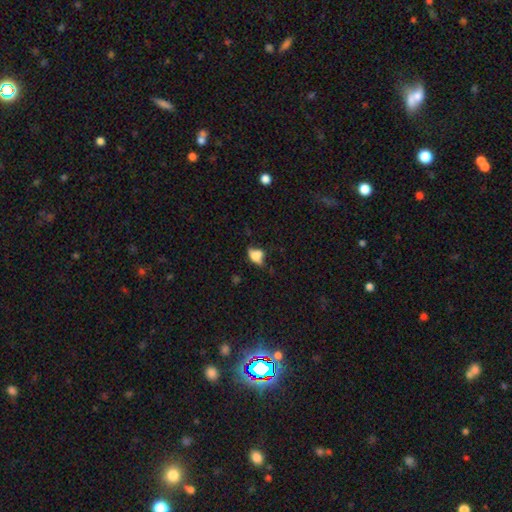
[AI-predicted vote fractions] A smooth galaxy with no disk features (65%) that is in between round and cigar-shaped (76%).

Vote fractions:
- Smooth or featured? smooth: 65% / featured or disk: 23% / star or artifact: 12%
- How rounded? in between: 76% / round: 18% / cigar-shaped: 6%
- Merging? none: 41% / minor disturbance: 31% / major disturbance: 17% / merger: 11%